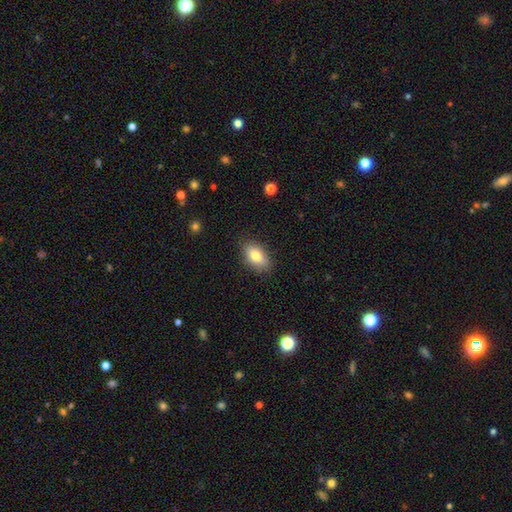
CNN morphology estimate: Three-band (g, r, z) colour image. It shows a smooth galaxy with no disk features (82%) that is in between round and cigar-shaped (90%). Merging: none (84%).